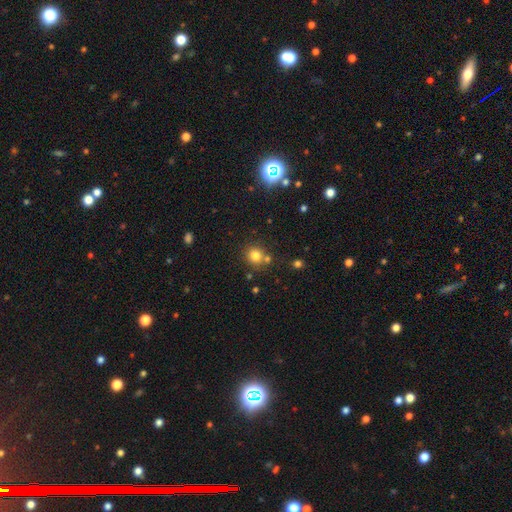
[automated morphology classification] A smooth galaxy with no disk features (78%) that is round (85%).

Vote fractions:
- Smooth or featured? smooth: 78% / star or artifact: 14% / featured or disk: 7%
- How rounded? round: 85% / in between: 14% / cigar-shaped: 1%
- Merging? none: 68% / merger: 18% / minor disturbance: 10% / major disturbance: 4%